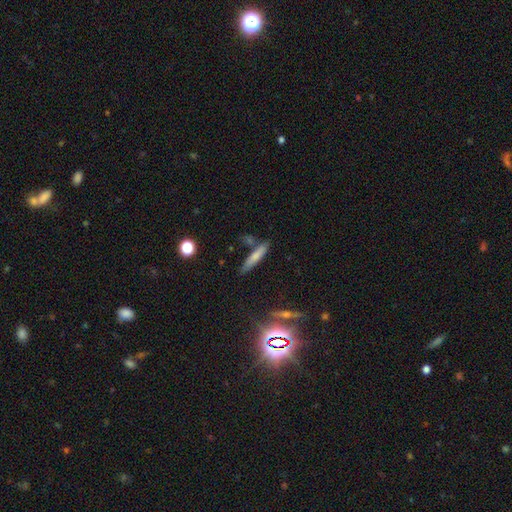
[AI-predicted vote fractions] Overall: smooth (69%). How rounded: cigar-shaped (87%). Merging: none (73%).